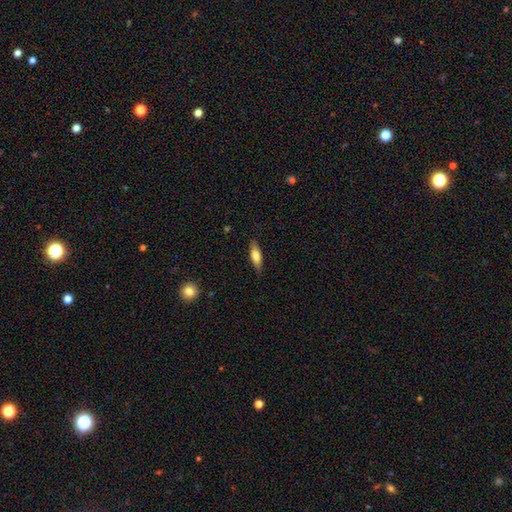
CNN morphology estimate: Smooth or featured? Predicted: smooth (p=0.66). How rounded? Predicted: cigar-shaped (p=0.53). Merging? Predicted: none (p=0.82).